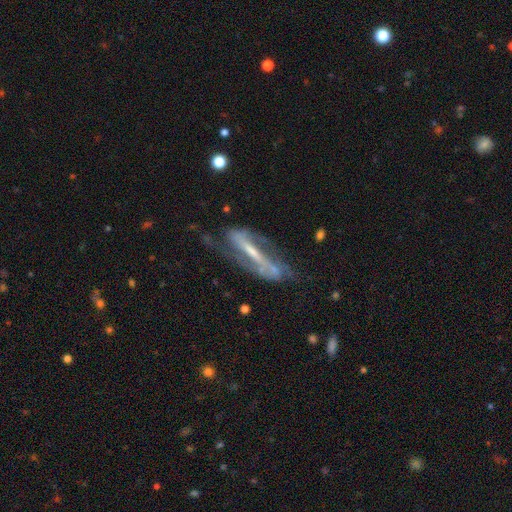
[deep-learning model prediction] Smooth or featured: featured or disk — 82% (smooth — 10%)
Edge-on disk: no — 71% (yes — 29%)
Bar: strong — 63% (weak — 24%)
Spiral arms: yes — 87% (no — 13%)
Spiral winding: medium — 39% (loose — 38%)
Spiral arm count: 2 — 81% (can't tell — 10%)
Bulge size: small — 56% (moderate — 29%)
Merging: none — 55% (minor disturbance — 22%)